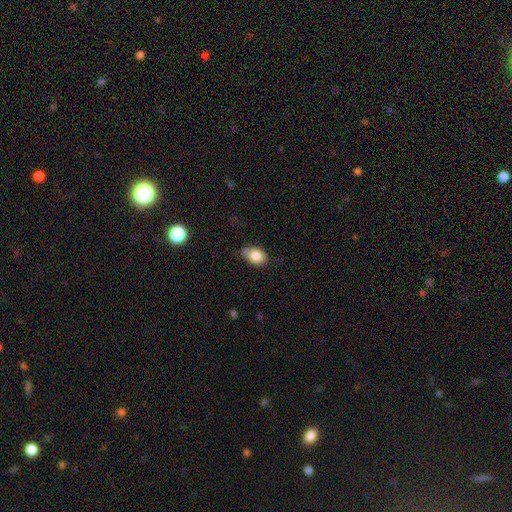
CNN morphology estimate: Q: Smooth or featured?
A: smooth (84%); runner-up: star or artifact (8%)
Q: How rounded?
A: in between (77%); runner-up: round (22%)
Q: Merging?
A: none (61%); runner-up: minor disturbance (29%)